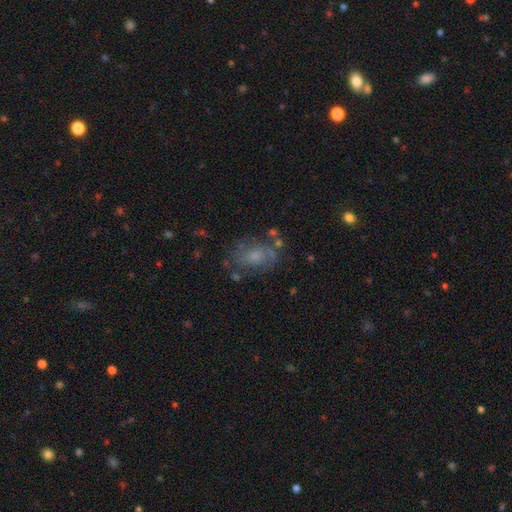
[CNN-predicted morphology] Overall: featured or disk (58%; smooth 28%). Edge-on disk: no (96%). Bar: no (67%; weak 28%). Spiral arms: yes (78%). Bulge size: moderate (38%; small 35%). Merging: none (63%).